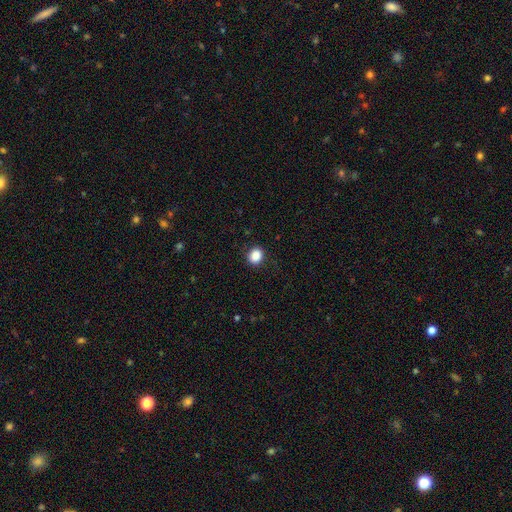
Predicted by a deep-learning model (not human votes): Q: Smooth or featured?
A: smooth (88%); runner-up: star or artifact (9%)
Q: How rounded?
A: round (69%); runner-up: in between (30%)
Q: Merging?
A: none (89%); runner-up: minor disturbance (8%)